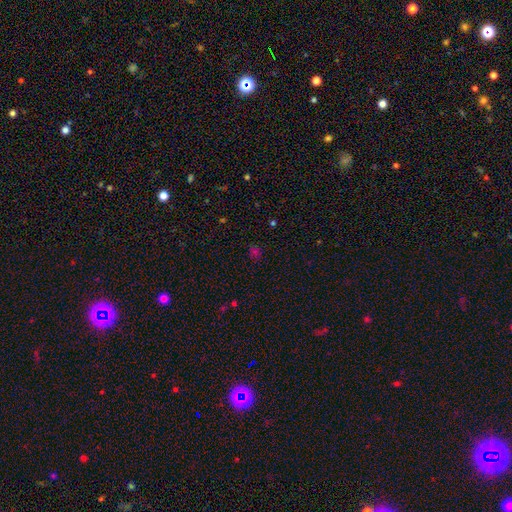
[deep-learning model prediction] Morphology: type=smooth (56%); roundness=round (65%); merging=none (79%).